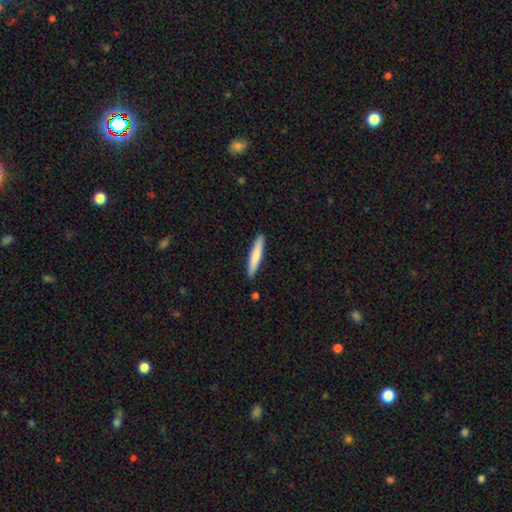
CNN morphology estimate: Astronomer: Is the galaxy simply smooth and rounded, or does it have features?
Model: smooth — 74%.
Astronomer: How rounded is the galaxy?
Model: cigar-shaped — 91%.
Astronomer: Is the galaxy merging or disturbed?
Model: none — 90%.